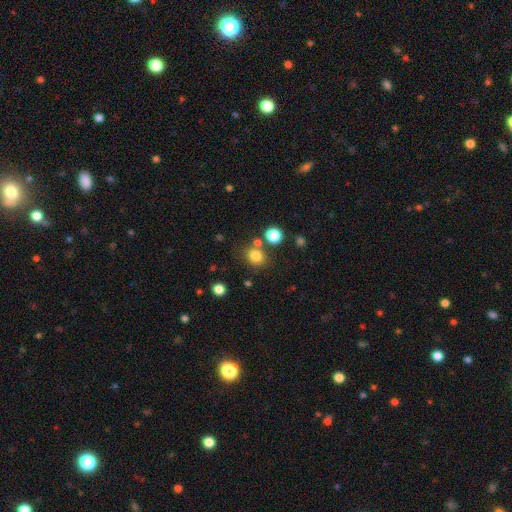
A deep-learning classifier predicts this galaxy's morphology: smooth 80%, star or artifact 14%, featured or disk 6%. Down the decision tree: how rounded — round (70%); merging — none (72%).